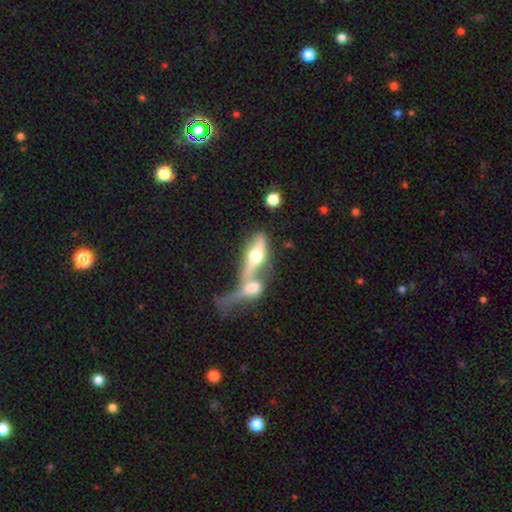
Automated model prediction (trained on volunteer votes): smooth_or_featured: featured or disk (p=0.54) [alt: smooth p=0.38]
disk_edge_on: yes (p=0.65) [alt: no p=0.35]
merging: merger (p=0.70) [alt: none p=0.16]